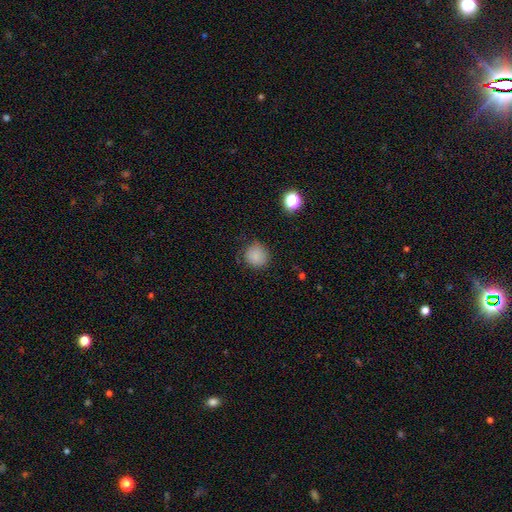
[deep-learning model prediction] Overall: smooth (84%). How rounded: round (91%). Merging: none (74%).